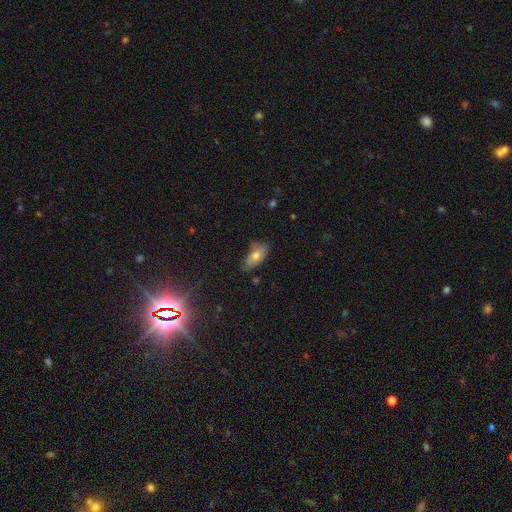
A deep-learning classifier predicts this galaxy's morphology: This appears to be a smooth galaxy with no disk features (70%) that is in between round and cigar-shaped (88%). Merging: none (64%).